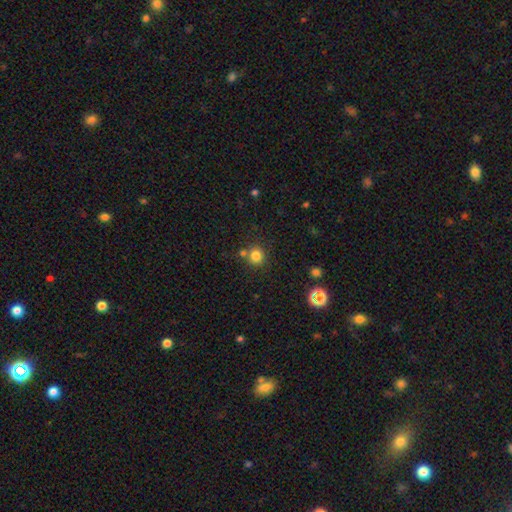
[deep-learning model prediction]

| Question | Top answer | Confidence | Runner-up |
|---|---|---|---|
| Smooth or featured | smooth | 81% | star or artifact (14%) |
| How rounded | round | 91% | in between (9%) |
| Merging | none | 73% | merger (15%) |